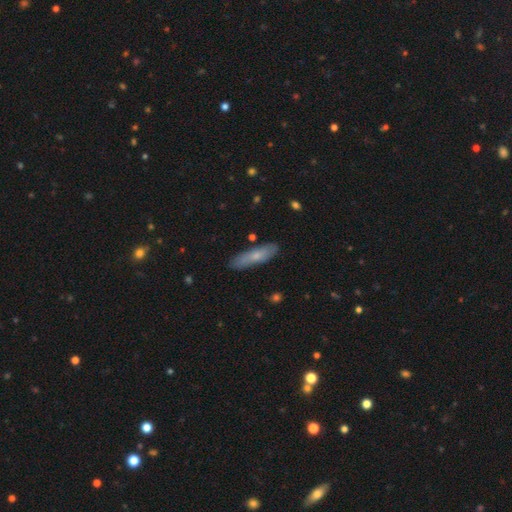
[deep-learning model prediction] Q: Smooth or featured?
A: smooth (63%); runner-up: featured or disk (31%)
Q: How rounded?
A: cigar-shaped (74%); runner-up: in between (24%)
Q: Merging?
A: none (84%); runner-up: minor disturbance (12%)